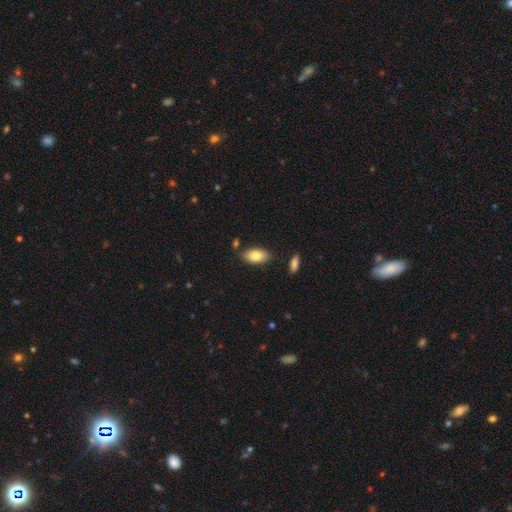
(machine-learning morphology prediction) Smooth or featured: smooth — 83% (featured or disk — 10%)
How rounded: in between — 93% (round — 4%)
Merging: none — 80% (minor disturbance — 12%)